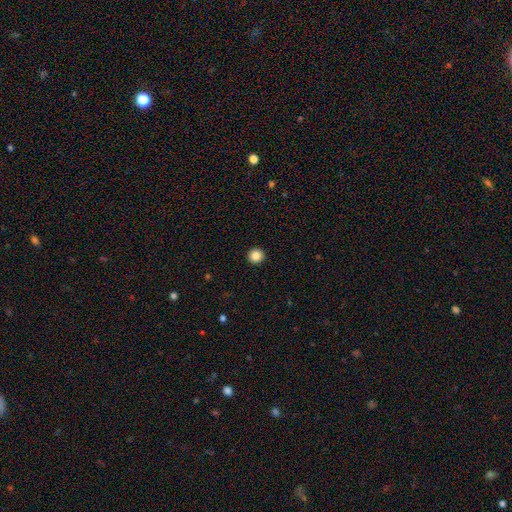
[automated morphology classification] smooth-or-featured: smooth: 86% | star or artifact: 10% | featured or disk: 4%
  how-rounded: round: 95% | in between: 4% | cigar-shaped: 1%
  merging: none: 94% | minor disturbance: 4% | major disturbance: 1% | merger: 1%